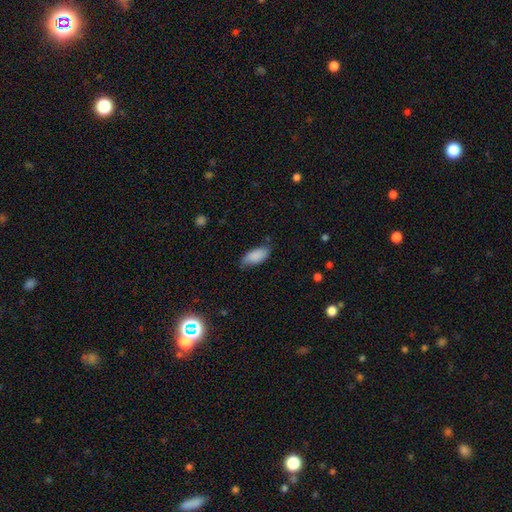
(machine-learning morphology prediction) Smooth or featured: smooth — 86% (featured or disk — 7%)
How rounded: in between — 90% (cigar-shaped — 8%)
Merging: none — 67% (minor disturbance — 27%)